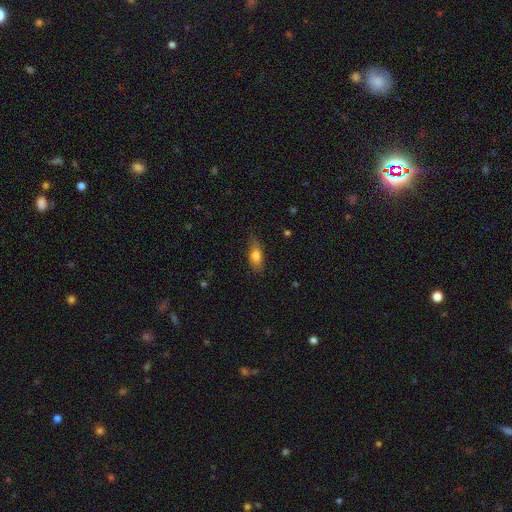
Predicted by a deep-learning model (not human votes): The model was most divided on "merging": none: 72%, minor disturbance: 22%, major disturbance: 5%, merger: 1%. More confident: how rounded — in between (73%); smooth or featured — smooth (72%).